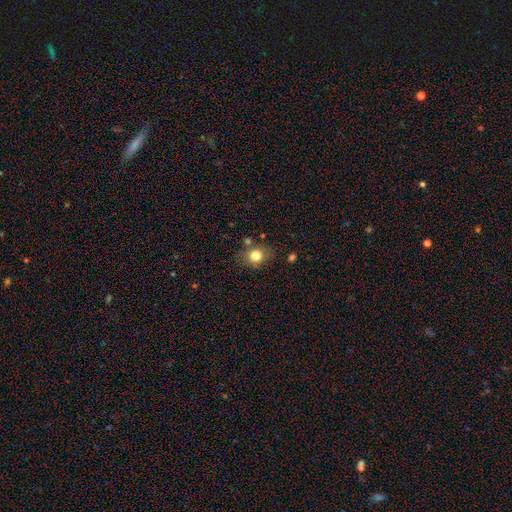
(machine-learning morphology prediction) This appears to be a smooth galaxy with no disk features (79%) that is round (57%). Merging: none (73%).